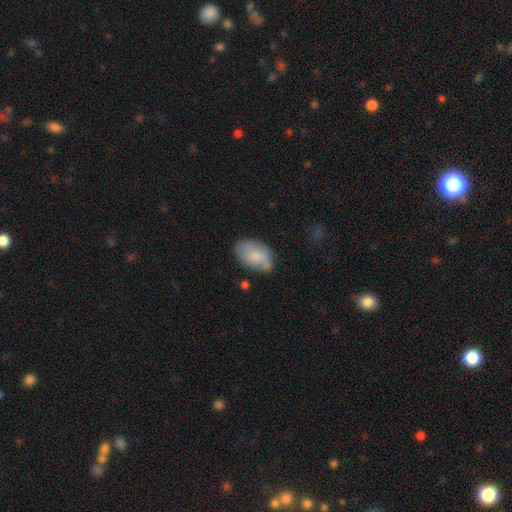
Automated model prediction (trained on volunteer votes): smooth 74%, featured or disk 19%, star or artifact 7%. Down the decision tree: how rounded — in between (90%); merging — none (53%).